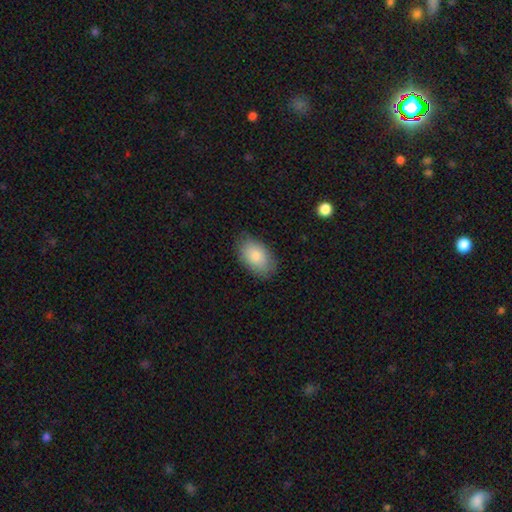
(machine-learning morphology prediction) Smooth or featured: smooth — 84% (featured or disk — 10%)
How rounded: in between — 91% (round — 8%)
Merging: none — 82% (minor disturbance — 14%)